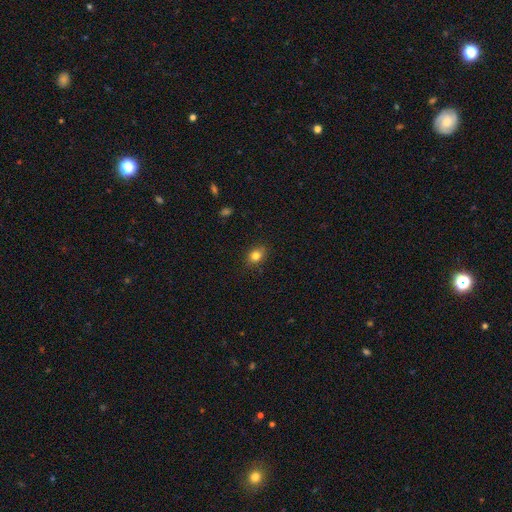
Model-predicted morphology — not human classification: A smooth galaxy with no disk features (82%) that is in between round and cigar-shaped (53%). Merging: none (84%).